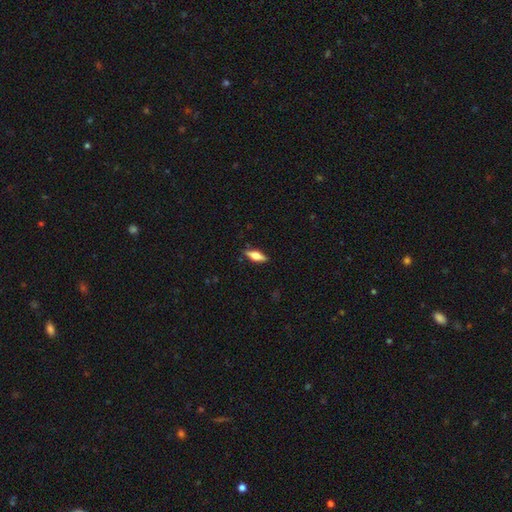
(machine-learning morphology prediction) Smooth or featured: smooth — 50% (featured or disk — 44%)
Merging: none — 88% (minor disturbance — 9%)